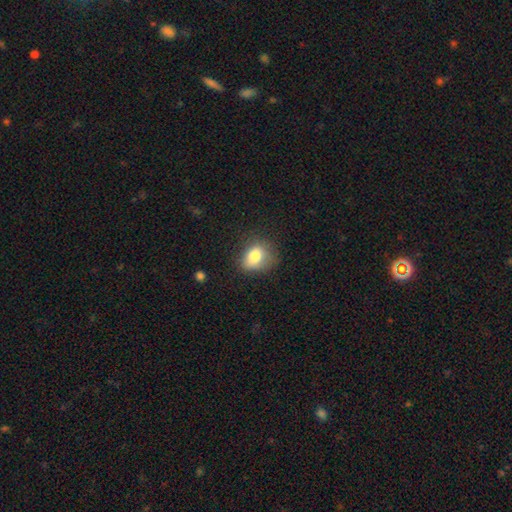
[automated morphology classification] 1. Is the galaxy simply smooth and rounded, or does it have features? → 79% smooth, 11% featured or disk, 10% star or artifact.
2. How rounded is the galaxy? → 61% in between, 38% round, 1% cigar-shaped.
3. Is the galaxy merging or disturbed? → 55% none, 29% minor disturbance, 13% major disturbance, 2% merger.